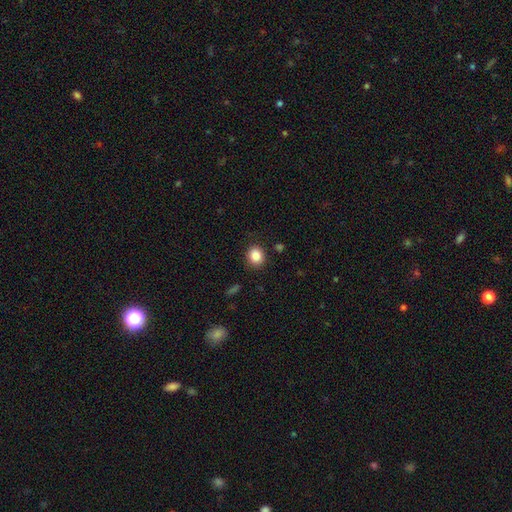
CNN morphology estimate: Smooth or featured? smooth (86%)
How rounded? round (79%)
Merging? none (87%)